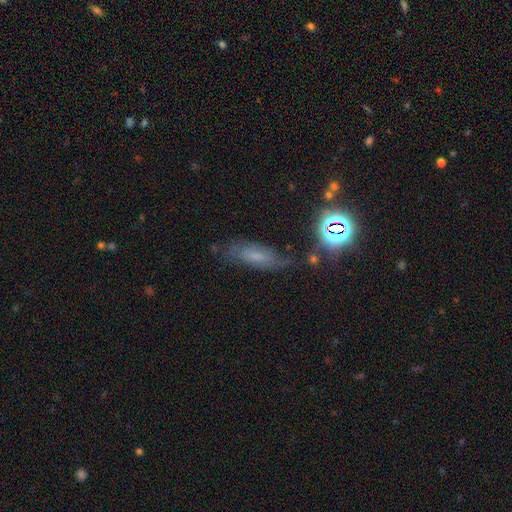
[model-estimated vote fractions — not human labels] Smooth or featured? Predicted: smooth (p=0.40). Merging? Predicted: none (p=0.64).